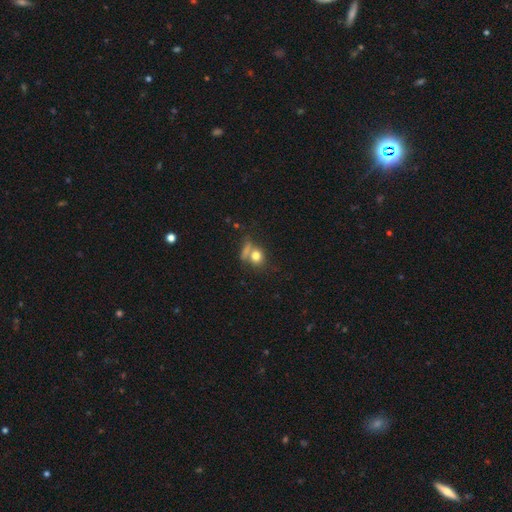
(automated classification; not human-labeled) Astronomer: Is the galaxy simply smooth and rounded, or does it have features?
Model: smooth — 76%.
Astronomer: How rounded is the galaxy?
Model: round — 69%.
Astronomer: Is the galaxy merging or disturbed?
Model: none — 46% (runner-up: merger, 31%).